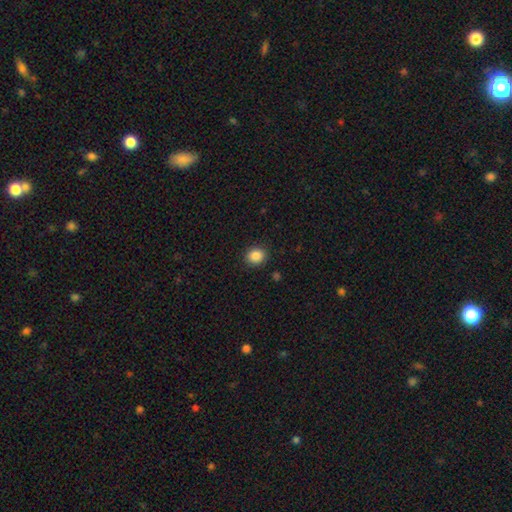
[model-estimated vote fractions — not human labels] smooth 87%, star or artifact 10%, featured or disk 4%. Down the decision tree: how rounded — round (74%); merging — none (90%).